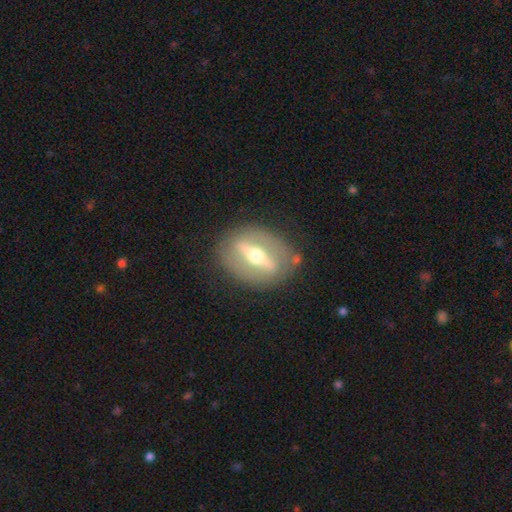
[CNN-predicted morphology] A featured or disk galaxy (75%). Merging: none (82%).